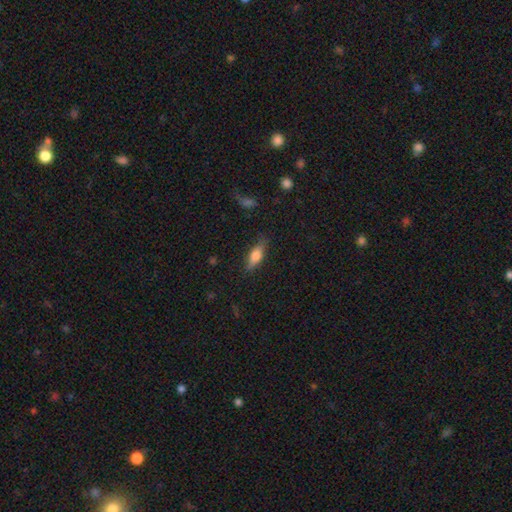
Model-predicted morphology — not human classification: Smooth or featured?
  - smooth: 62% *
  - featured or disk: 31%
  - star or artifact: 7%
How rounded?
  - in between: 55% *
  - cigar-shaped: 42%
  - round: 3%
Merging?
  - none: 81% *
  - minor disturbance: 14%
  - major disturbance: 3%
  - merger: 1%